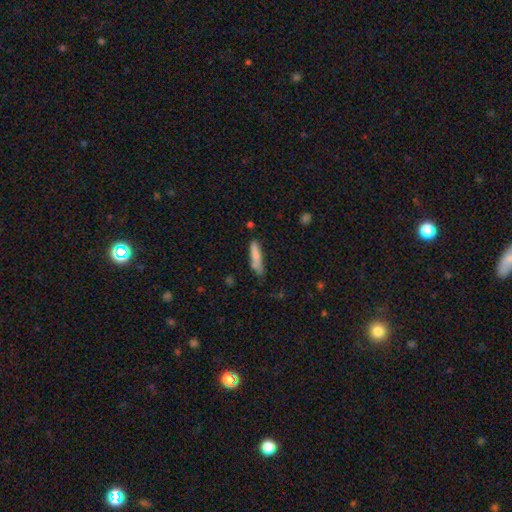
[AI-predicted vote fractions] Smooth or featured? Predicted: smooth (p=0.76). How rounded? Predicted: cigar-shaped (p=0.78). Merging? Predicted: none (p=0.58).